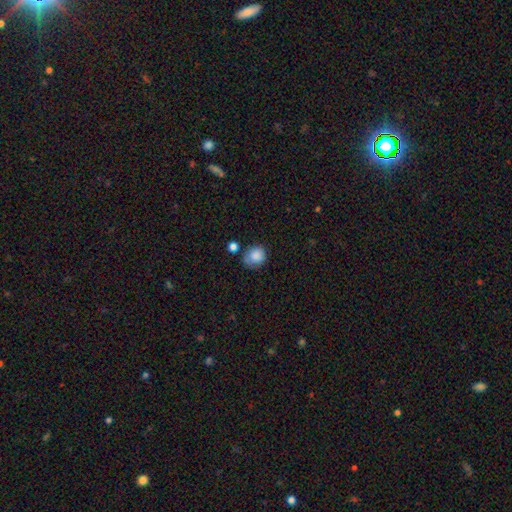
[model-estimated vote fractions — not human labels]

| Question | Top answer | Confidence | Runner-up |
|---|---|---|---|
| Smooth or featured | smooth | 85% | star or artifact (9%) |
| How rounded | round | 72% | in between (27%) |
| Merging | none | 61% | minor disturbance (24%) |